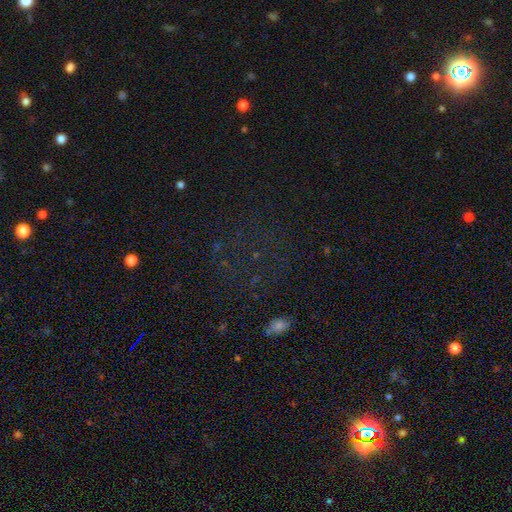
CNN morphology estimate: A star or artifact, not a galaxy (65%).